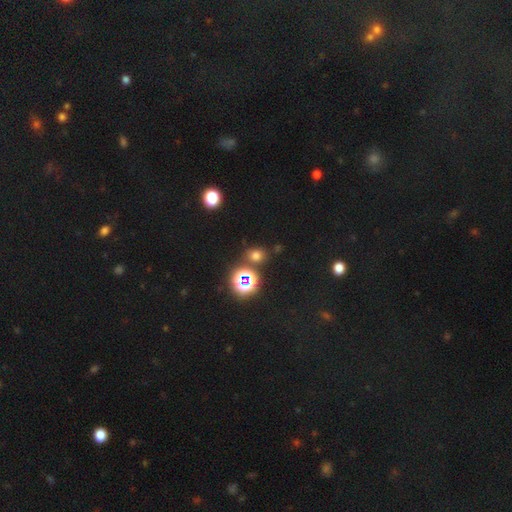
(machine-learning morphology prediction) Smooth or featured?
  - smooth: 60% *
  - star or artifact: 33%
  - featured or disk: 7%
How rounded?
  - round: 73% *
  - in between: 26%
  - cigar-shaped: 1%
Merging?
  - none: 79% *
  - minor disturbance: 10%
  - merger: 7%
  - major disturbance: 4%